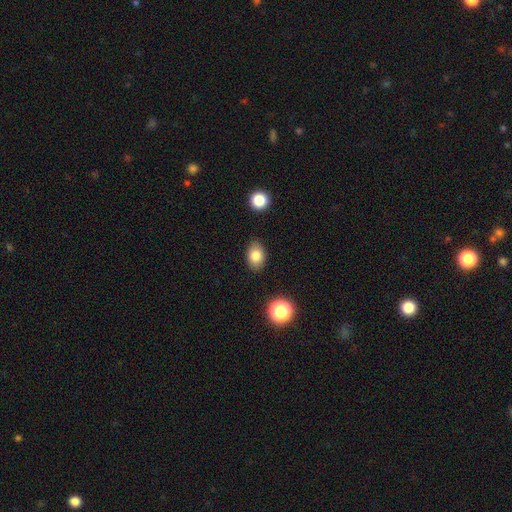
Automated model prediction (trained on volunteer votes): A smooth galaxy with no disk features (81%) that is in between round and cigar-shaped (79%).

Vote fractions:
- Smooth or featured? smooth: 81% / star or artifact: 10% / featured or disk: 9%
- How rounded? in between: 79% / round: 20% / cigar-shaped: 1%
- Merging? none: 84% / minor disturbance: 11% / major disturbance: 3% / merger: 2%